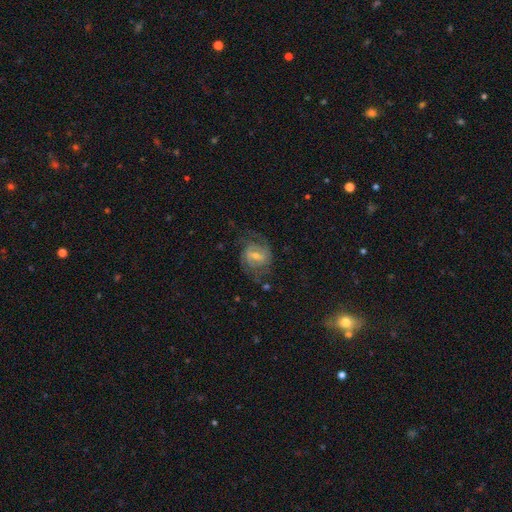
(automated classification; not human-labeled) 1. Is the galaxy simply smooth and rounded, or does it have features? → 78% featured or disk, 15% smooth, 7% star or artifact.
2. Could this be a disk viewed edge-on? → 97% no, 3% yes.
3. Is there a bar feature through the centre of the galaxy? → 53% weak, 32% strong, 16% no.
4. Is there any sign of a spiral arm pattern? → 91% yes, 9% no.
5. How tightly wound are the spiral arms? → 46% medium, 33% tight, 21% loose.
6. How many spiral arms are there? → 68% 2, 15% can't tell, 8% 3, 4% 1, 3% 4, 2% more than 4.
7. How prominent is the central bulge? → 53% moderate, 38% small, 5% large, 3% none, 1% dominant.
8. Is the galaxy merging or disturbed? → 63% none, 19% minor disturbance, 16% major disturbance, 2% merger.